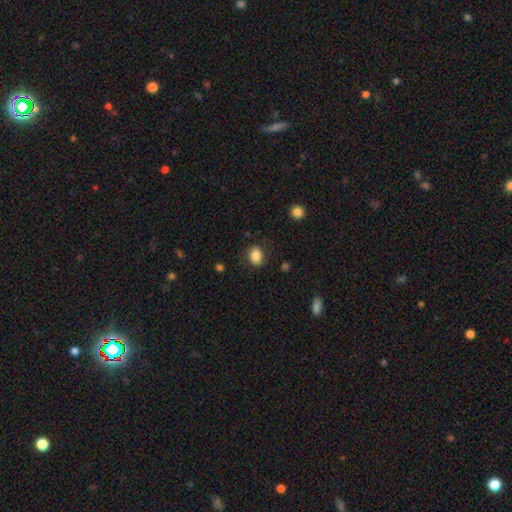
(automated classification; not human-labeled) Q: Smooth or featured?
A: smooth (82%); runner-up: featured or disk (9%)
Q: How rounded?
A: in between (59%); runner-up: round (40%)
Q: Merging?
A: none (77%); runner-up: minor disturbance (16%)